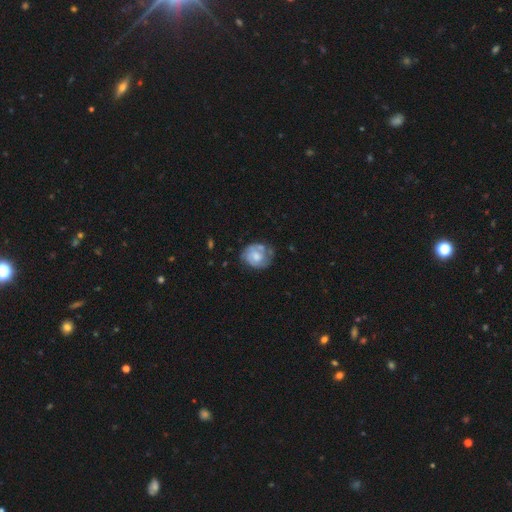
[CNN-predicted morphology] Overall: featured or disk (64%; smooth 30%). Edge-on disk: no (98%). Bar: no (69%). Spiral arms: yes (78%). Bulge size: moderate (47%; small 25%). Merging: none (58%; minor disturbance 26%).